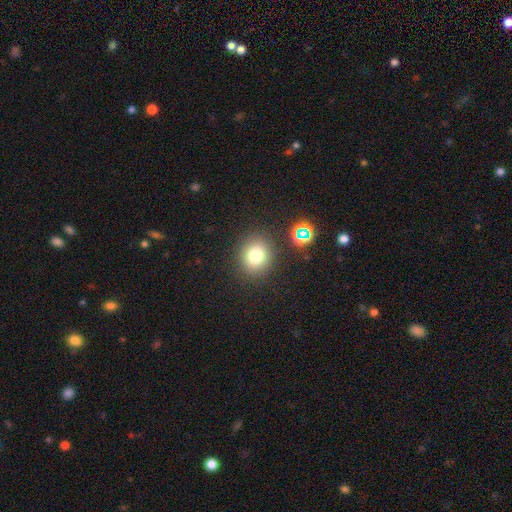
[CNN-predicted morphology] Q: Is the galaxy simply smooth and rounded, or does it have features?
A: smooth — 76%.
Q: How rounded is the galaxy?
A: round — 78%.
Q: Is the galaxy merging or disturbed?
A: none — 85%.